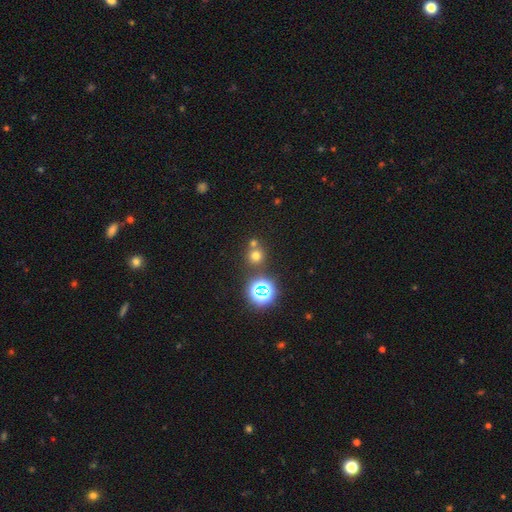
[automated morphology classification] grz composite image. It shows a smooth galaxy with no disk features (62%) that is round (90%). Merging: none (66%).